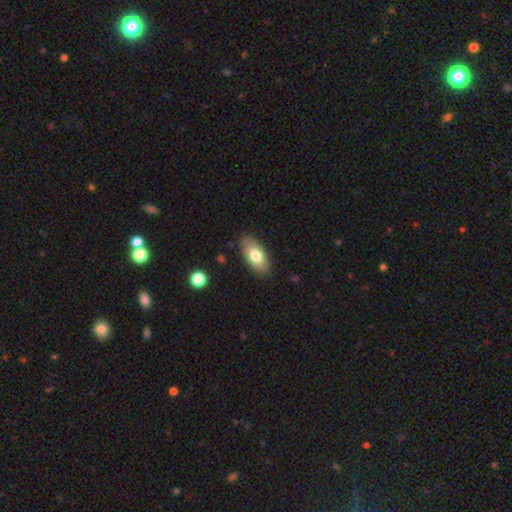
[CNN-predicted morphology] This appears to be a smooth galaxy with no disk features (74%) that is in between round and cigar-shaped (91%). Merging: none (82%).